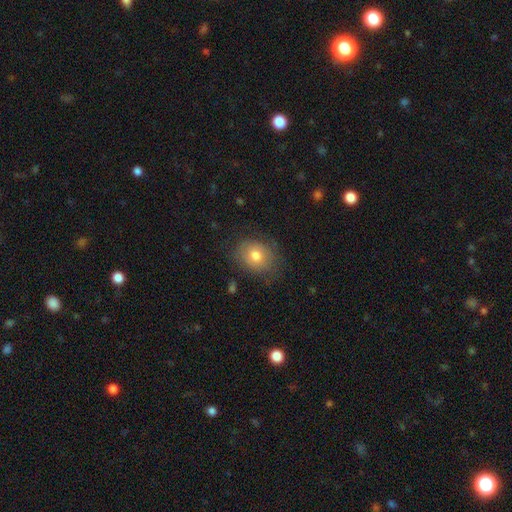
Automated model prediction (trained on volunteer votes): A smooth galaxy with no disk features (75%) that is in between round and cigar-shaped (51%).

Vote fractions:
- Smooth or featured? smooth: 75% / featured or disk: 16% / star or artifact: 9%
- How rounded? in between: 51% / round: 48% / cigar-shaped: 1%
- Merging? none: 73% / minor disturbance: 19% / major disturbance: 6% / merger: 1%